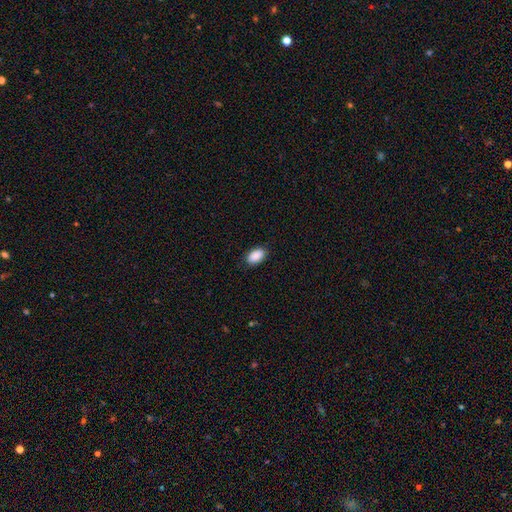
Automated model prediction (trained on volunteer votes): This is clearly a smooth galaxy (91%). How rounded: clearly in between (93%). Merging: clearly none (87%).